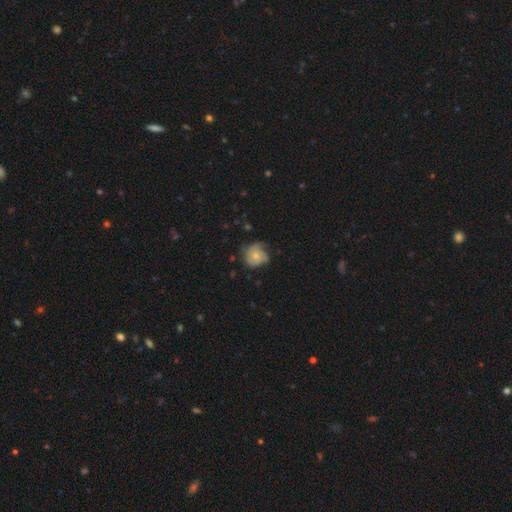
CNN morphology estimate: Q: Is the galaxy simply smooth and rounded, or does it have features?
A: smooth — 51%.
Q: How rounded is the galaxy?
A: round — 77%.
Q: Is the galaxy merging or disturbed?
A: none — 50%.